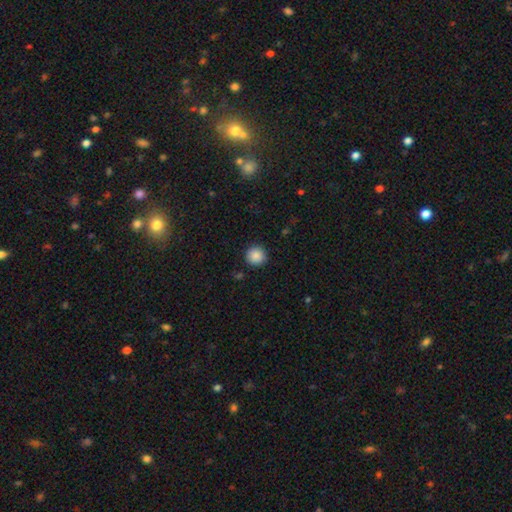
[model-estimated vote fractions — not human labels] Morphology: type=smooth (88%); roundness=round (95%); merging=none (90%).